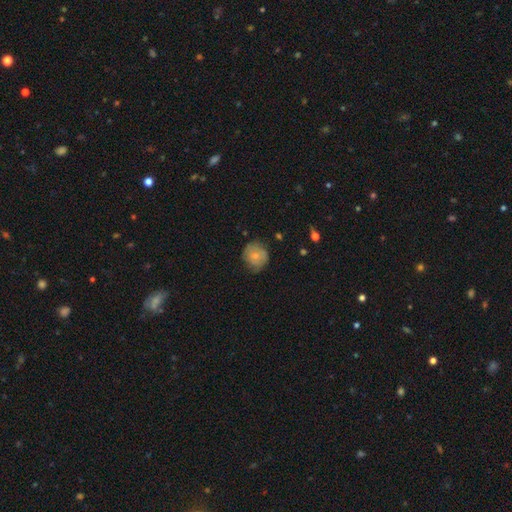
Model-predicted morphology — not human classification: smooth 67%, featured or disk 25%, star or artifact 8%. Down the decision tree: how rounded — round (83%); merging — none (65%).